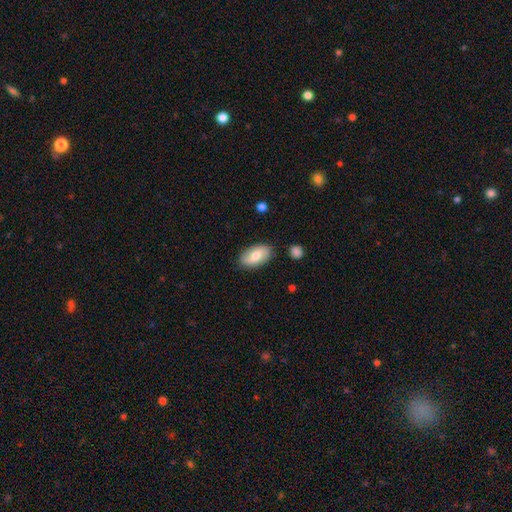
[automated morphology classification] Overall: smooth (66%; featured or disk 28%). How rounded: in between (93%). Merging: none (82%).